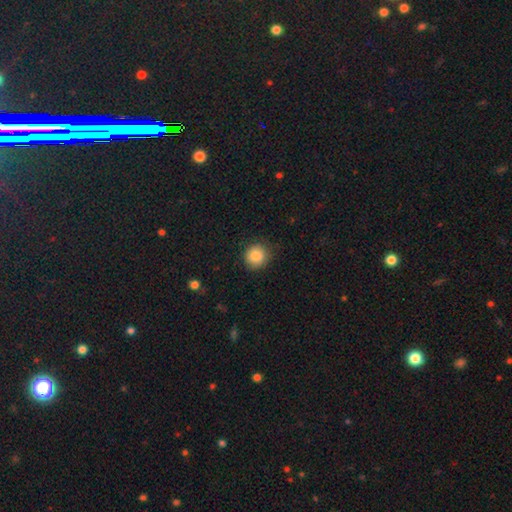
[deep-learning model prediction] smooth-or-featured: smooth: 87% | star or artifact: 9% | featured or disk: 4%
  how-rounded: round: 88% | in between: 11% | cigar-shaped: 1%
  merging: none: 83% | minor disturbance: 13% | major disturbance: 3% | merger: 1%